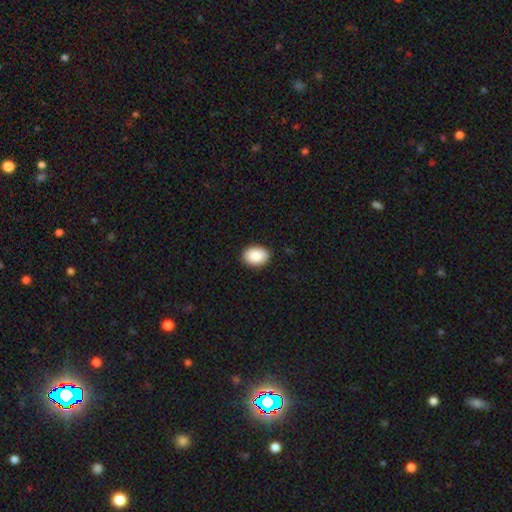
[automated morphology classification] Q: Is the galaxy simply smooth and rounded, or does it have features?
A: smooth — 89%.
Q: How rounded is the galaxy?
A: in between — 80%.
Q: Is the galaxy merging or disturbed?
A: none — 90%.